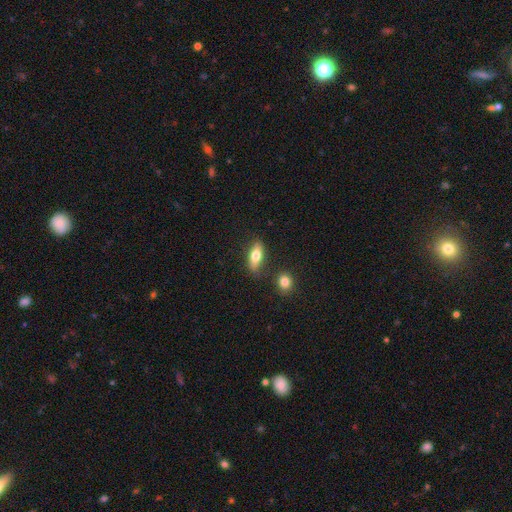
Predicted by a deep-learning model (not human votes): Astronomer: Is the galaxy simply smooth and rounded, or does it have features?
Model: smooth — 70%.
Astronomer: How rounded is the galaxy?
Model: in between — 70%.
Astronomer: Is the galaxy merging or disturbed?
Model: none — 78%.